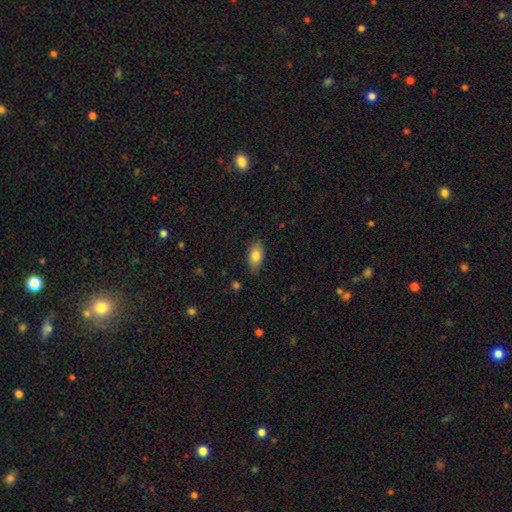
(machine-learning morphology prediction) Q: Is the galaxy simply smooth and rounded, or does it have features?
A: smooth — 79%.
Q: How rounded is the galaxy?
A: in between — 89%.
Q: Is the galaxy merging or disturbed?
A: none — 83%.